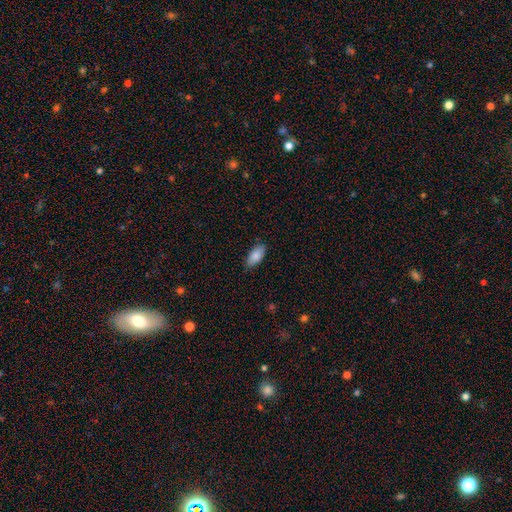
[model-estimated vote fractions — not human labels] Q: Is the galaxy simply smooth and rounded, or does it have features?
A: smooth — 86%.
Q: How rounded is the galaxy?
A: in between — 88%.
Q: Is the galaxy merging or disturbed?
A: none — 84%.